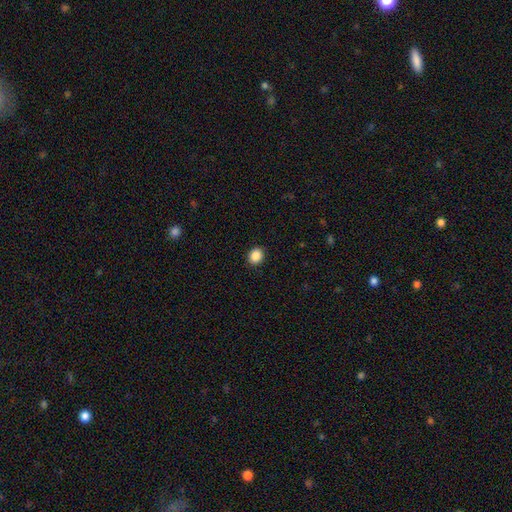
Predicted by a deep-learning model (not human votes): smooth_or_featured: smooth (p=0.88) [alt: star or artifact p=0.09]
how_rounded: round (p=0.67) [alt: in between p=0.33]
merging: none (p=0.91) [alt: minor disturbance p=0.06]